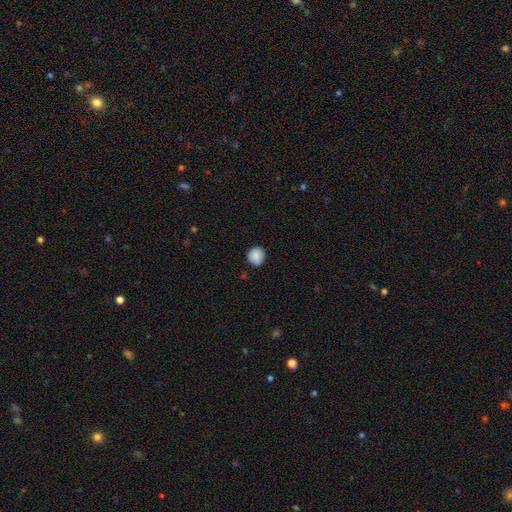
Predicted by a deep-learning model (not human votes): The model was most divided on "merging": none: 86%, minor disturbance: 11%, major disturbance: 2%, merger: 1%. More confident: how rounded — round (89%); smooth or featured — smooth (88%).